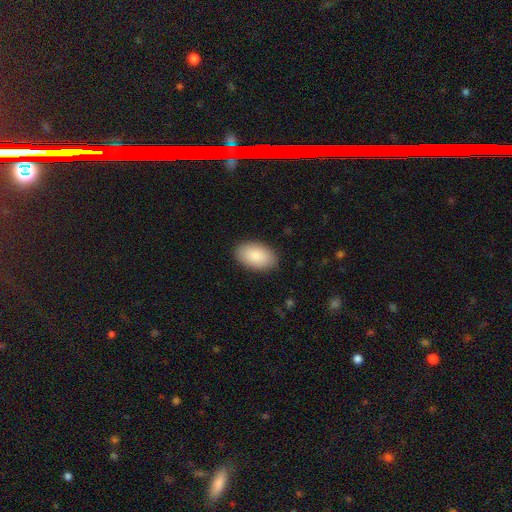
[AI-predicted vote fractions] Smooth or featured?
  - smooth: 88% *
  - featured or disk: 6%
  - star or artifact: 6%
How rounded?
  - in between: 94% *
  - round: 5%
  - cigar-shaped: 1%
Merging?
  - none: 88% *
  - minor disturbance: 9%
  - major disturbance: 2%
  - merger: 1%